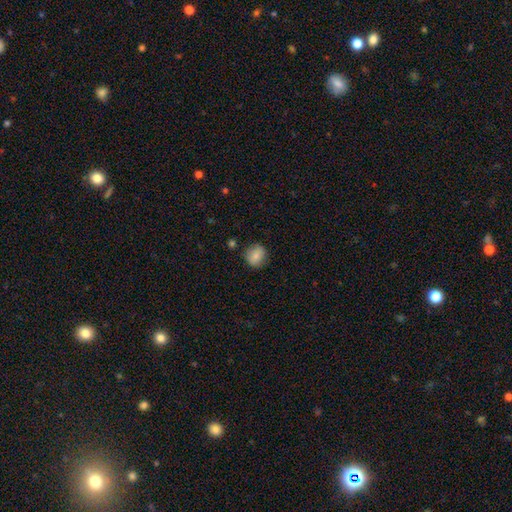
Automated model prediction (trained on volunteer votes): smooth_or_featured: smooth (p=0.83) [alt: featured or disk p=0.09]
how_rounded: round (p=0.80) [alt: in between p=0.19]
merging: none (p=0.81) [alt: minor disturbance p=0.13]